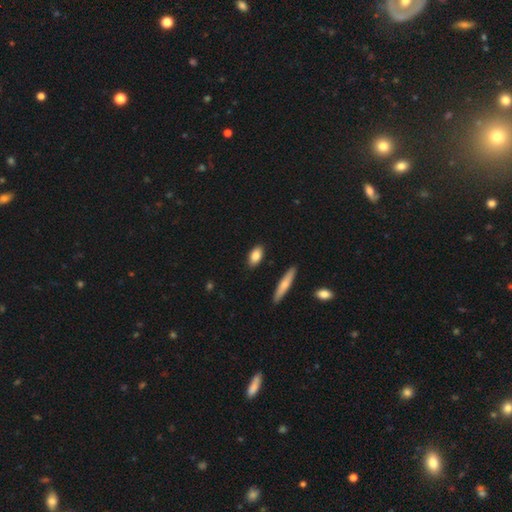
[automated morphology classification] Smooth or featured: smooth — 84% (featured or disk — 10%)
How rounded: in between — 86% (cigar-shaped — 9%)
Merging: none — 87% (minor disturbance — 9%)